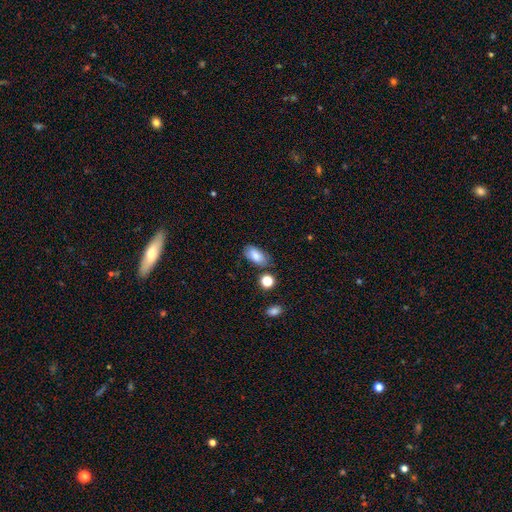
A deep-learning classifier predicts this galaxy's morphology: The model was most divided on "merging": none: 73%, minor disturbance: 18%, merger: 5%, major disturbance: 5%. More confident: how rounded — in between (91%); smooth or featured — smooth (81%).